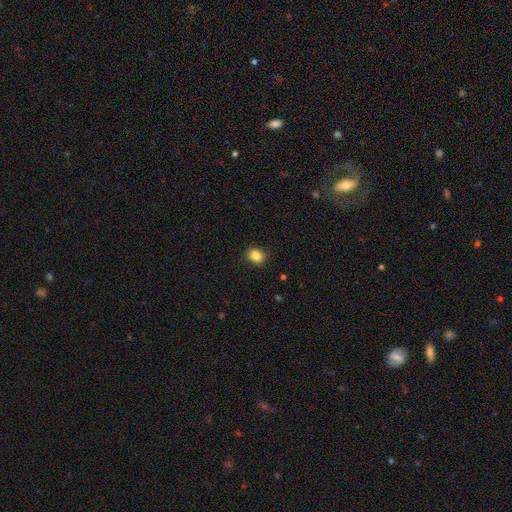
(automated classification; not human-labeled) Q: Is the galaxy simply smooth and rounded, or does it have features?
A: smooth — 84%.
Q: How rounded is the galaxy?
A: round — 64%.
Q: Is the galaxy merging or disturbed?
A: none — 87%.